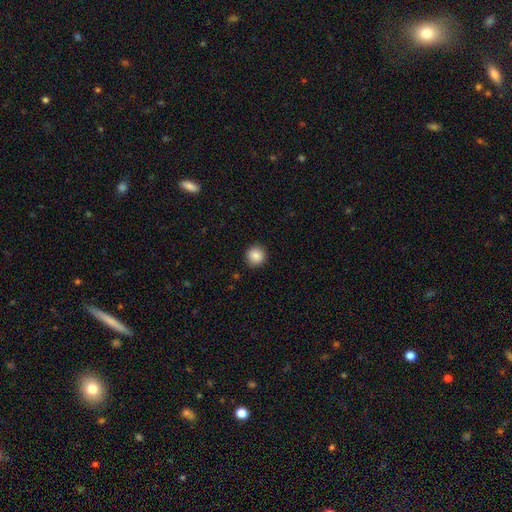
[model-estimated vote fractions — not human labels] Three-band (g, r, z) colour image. It shows a smooth galaxy with no disk features (87%) that is round (94%). Merging: none (91%).